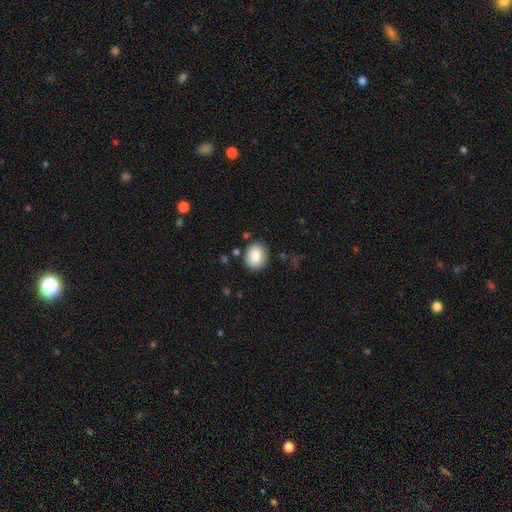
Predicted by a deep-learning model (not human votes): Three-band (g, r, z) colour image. It shows a smooth galaxy with no disk features (82%) that is in between round and cigar-shaped (53%). Merging: none (83%).